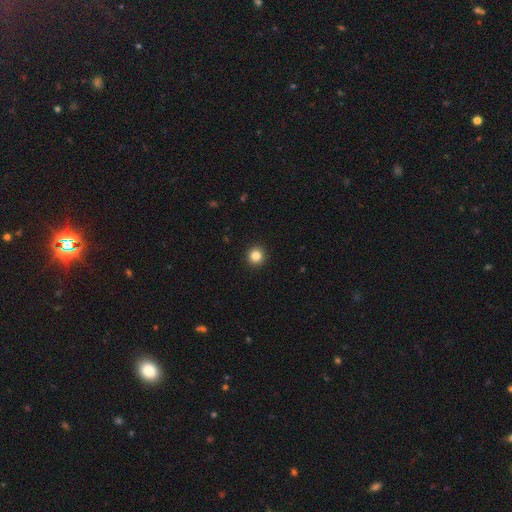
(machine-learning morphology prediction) Q: Smooth or featured?
A: smooth (84%); runner-up: star or artifact (11%)
Q: How rounded?
A: round (95%); runner-up: in between (4%)
Q: Merging?
A: none (94%); runner-up: minor disturbance (4%)